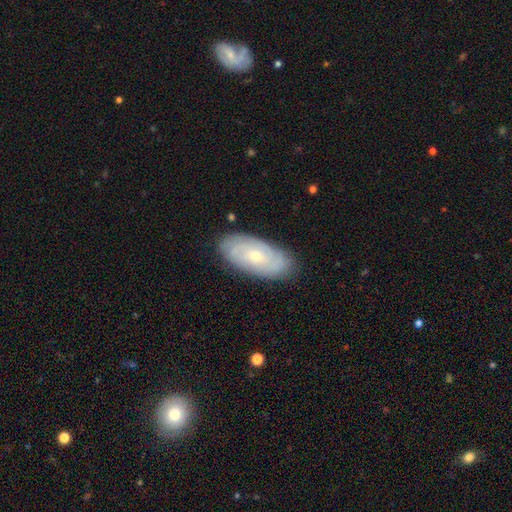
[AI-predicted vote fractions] Smooth or featured?
  - featured or disk: 69% *
  - smooth: 25%
  - star or artifact: 6%
Edge-on disk?
  - no: 92% *
  - yes: 8%
Bar?
  - no: 75% *
  - weak: 21%
  - strong: 3%
Spiral arms?
  - yes: 89% *
  - no: 11%
Spiral winding?
  - tight: 71% *
  - medium: 23%
  - loose: 6%
Spiral arm count?
  - can't tell: 43% *
  - 2: 25%
  - 3: 15%
  - 4: 9%
  - more than 4: 4%
  - 1: 4%
Bulge size?
  - small: 63% *
  - moderate: 33%
  - large: 1%
  - none: 1%
  - dominant: 1%
Merging?
  - none: 84% *
  - minor disturbance: 13%
  - major disturbance: 3%
  - merger: 1%